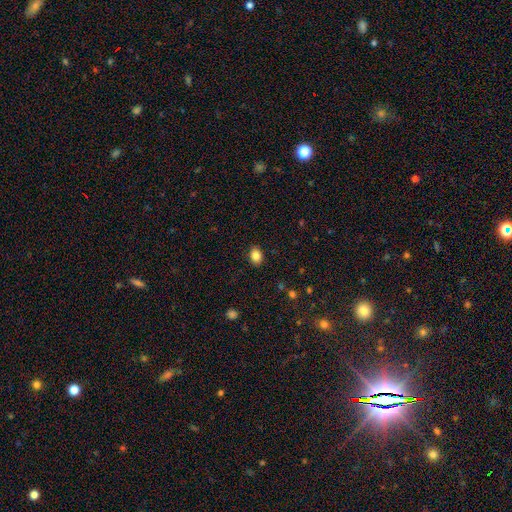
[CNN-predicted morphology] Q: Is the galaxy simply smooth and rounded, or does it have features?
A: smooth — 85%.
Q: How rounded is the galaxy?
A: in between — 61%.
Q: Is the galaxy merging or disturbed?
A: none — 89%.